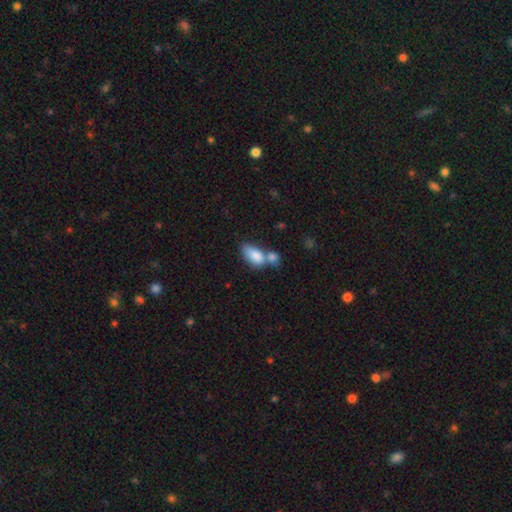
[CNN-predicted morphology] Smooth or featured: smooth — 82% (featured or disk — 11%)
How rounded: in between — 89% (round — 6%)
Merging: merger — 52% (none — 29%)